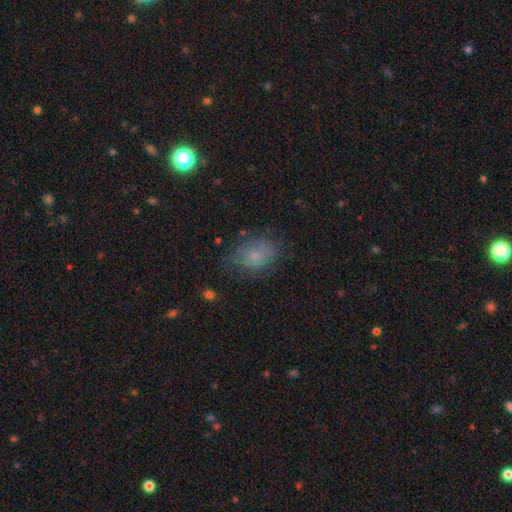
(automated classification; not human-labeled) smooth 71%, featured or disk 17%, star or artifact 13%. Down the decision tree: how rounded — in between (65%); merging — none (67%).